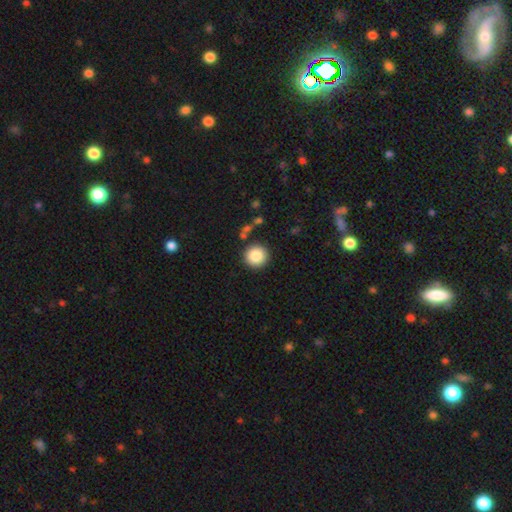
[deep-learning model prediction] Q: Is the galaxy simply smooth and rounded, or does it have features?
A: smooth — 86%.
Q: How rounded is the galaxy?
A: round — 95%.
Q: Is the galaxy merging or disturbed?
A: none — 87%.